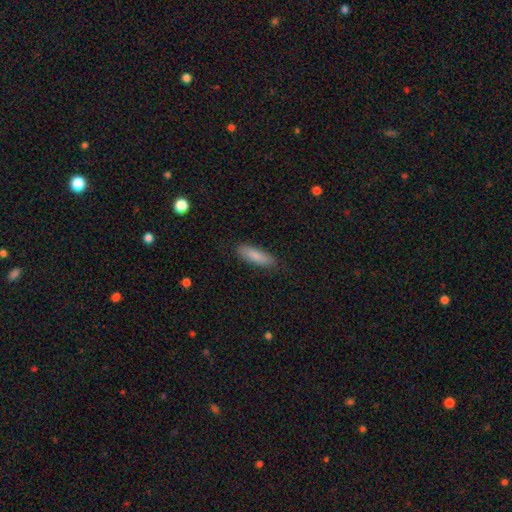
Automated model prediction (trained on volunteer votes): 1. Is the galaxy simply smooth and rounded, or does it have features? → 85% smooth, 9% featured or disk, 6% star or artifact.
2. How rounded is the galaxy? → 58% cigar-shaped, 40% in between, 2% round.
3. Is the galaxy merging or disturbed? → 85% none, 12% minor disturbance, 2% major disturbance, 1% merger.